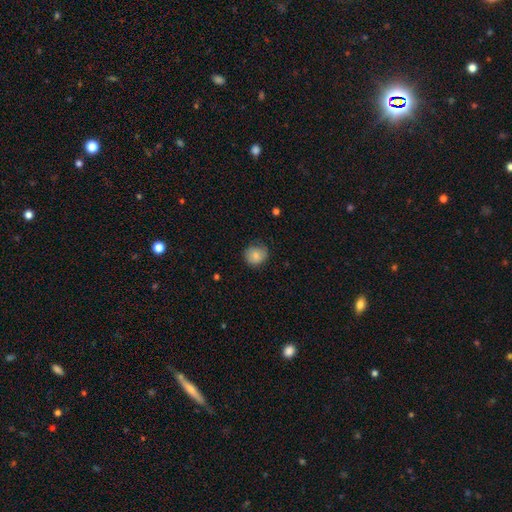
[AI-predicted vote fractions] The model was most divided on "merging": none: 70%, minor disturbance: 24%, major disturbance: 5%, merger: 1%. More confident: smooth or featured — smooth (82%); how rounded — round (77%).